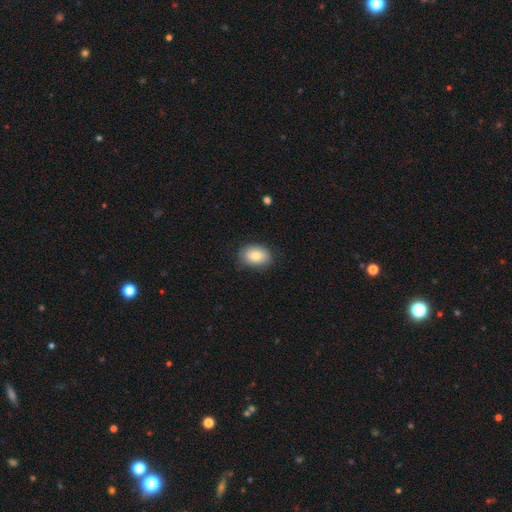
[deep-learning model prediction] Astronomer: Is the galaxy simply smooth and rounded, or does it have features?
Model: smooth — 83%.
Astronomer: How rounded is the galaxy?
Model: in between — 78%.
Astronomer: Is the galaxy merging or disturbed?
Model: none — 81%.